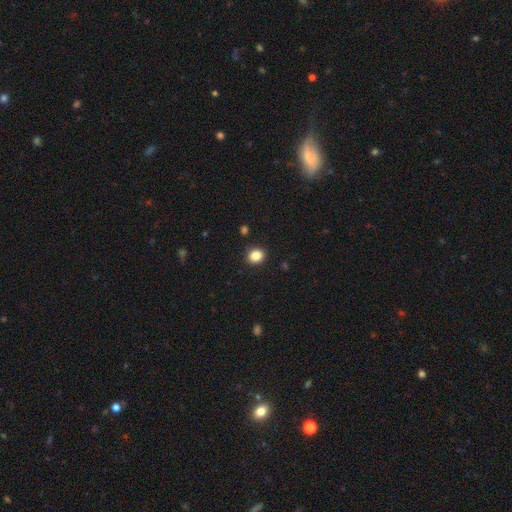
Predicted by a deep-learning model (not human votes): Smooth or featured? smooth (86%)
How rounded? round (71%)
Merging? none (90%)